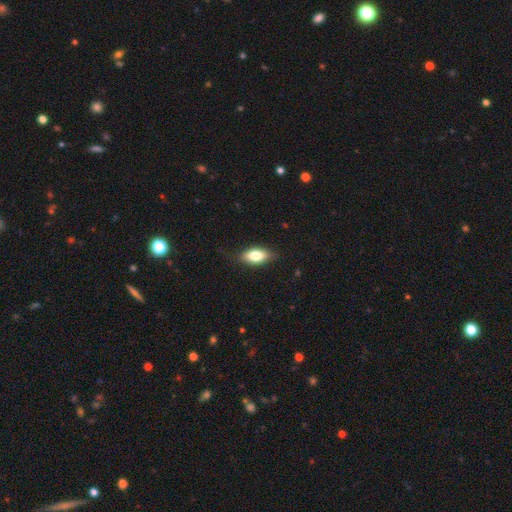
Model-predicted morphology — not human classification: type=smooth (74%); roundness=in between (84%); merging=none (80%).